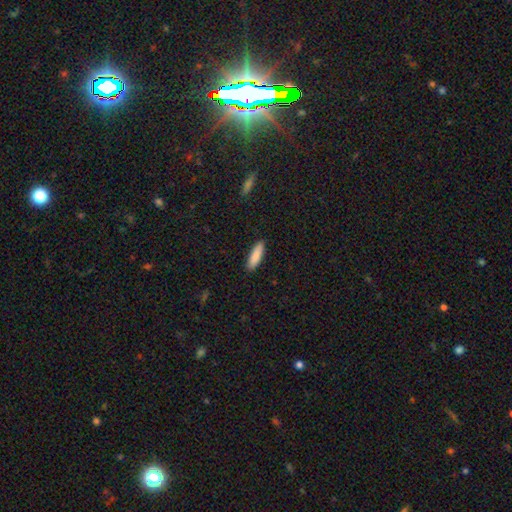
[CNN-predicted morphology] A smooth galaxy with no disk features (88%) that is cigar-shaped (63%).

Vote fractions:
- Smooth or featured? smooth: 88% / featured or disk: 6% / star or artifact: 6%
- How rounded? cigar-shaped: 63% / in between: 36% / round: 1%
- Merging? none: 90% / minor disturbance: 8% / major disturbance: 2% / merger: 1%